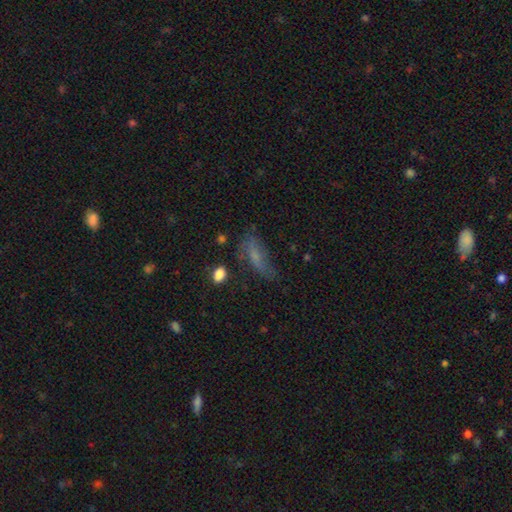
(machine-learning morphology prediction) A smooth galaxy with no disk features (54%) that is in between round and cigar-shaped (60%).

Vote fractions:
- Smooth or featured? smooth: 54% / featured or disk: 31% / star or artifact: 15%
- How rounded? in between: 60% / cigar-shaped: 35% / round: 5%
- Merging? none: 51% / minor disturbance: 27% / major disturbance: 17% / merger: 4%